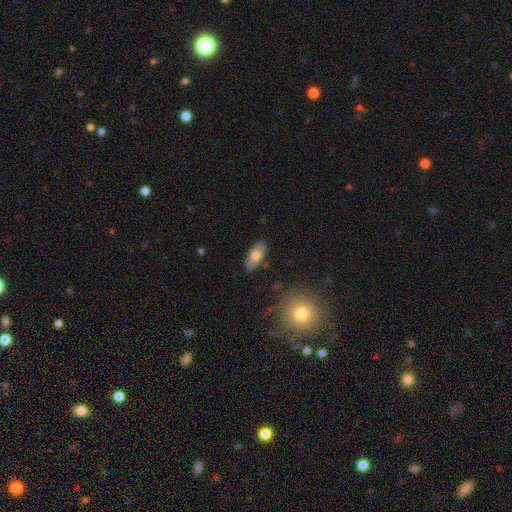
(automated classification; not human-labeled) Smooth or featured: smooth — 70% (featured or disk — 24%)
How rounded: in between — 89% (cigar-shaped — 8%)
Merging: none — 85% (minor disturbance — 11%)